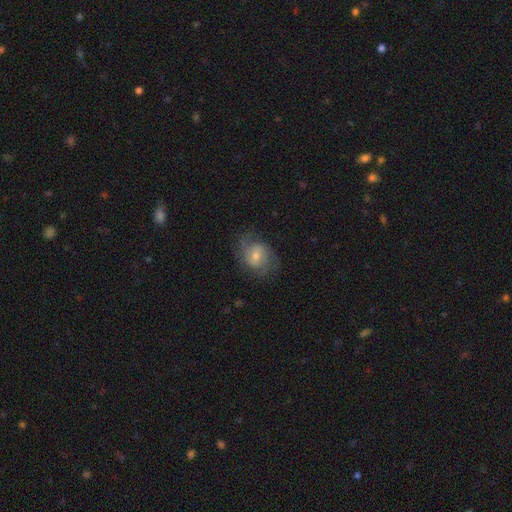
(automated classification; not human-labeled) Morphology: type=featured or disk (72%); edge-on=no (97%); bar=no (53%); spiral arms=yes (91%); winding=medium (47%); arm count=2 (59%); bulge=moderate (48%); merging=none (69%).